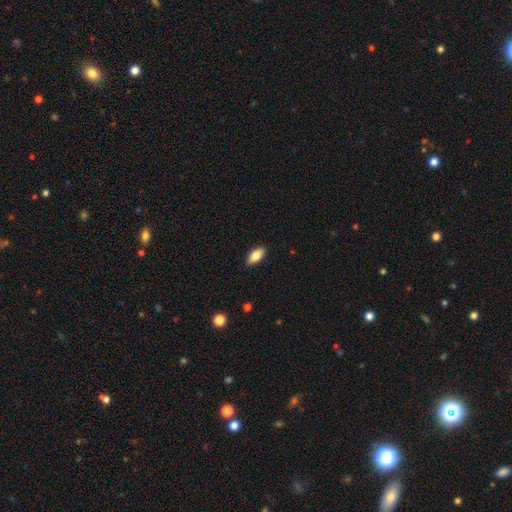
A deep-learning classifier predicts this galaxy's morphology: Smooth or featured? Predicted: smooth (p=0.82). How rounded? Predicted: in between (p=0.89). Merging? Predicted: none (p=0.89).